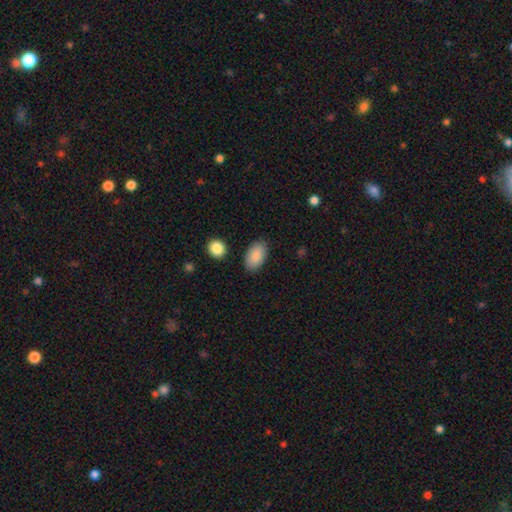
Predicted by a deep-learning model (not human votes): smooth-or-featured: smooth: 88% | star or artifact: 6% | featured or disk: 5%
  how-rounded: in between: 94% | round: 4% | cigar-shaped: 2%
  merging: none: 86% | minor disturbance: 10% | major disturbance: 2% | merger: 2%